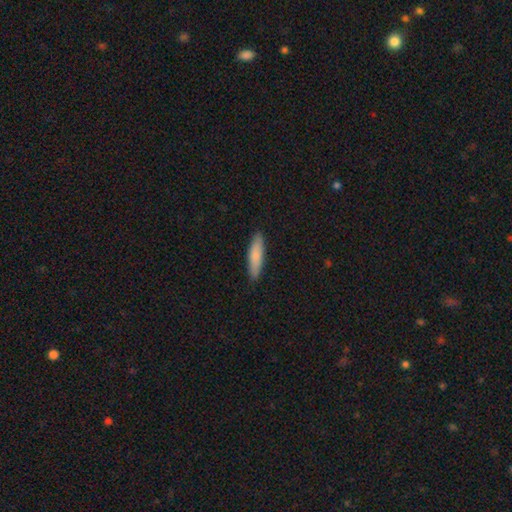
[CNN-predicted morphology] Smooth or featured: smooth — 82% (featured or disk — 13%)
How rounded: cigar-shaped — 74% (in between — 25%)
Merging: none — 90% (minor disturbance — 8%)